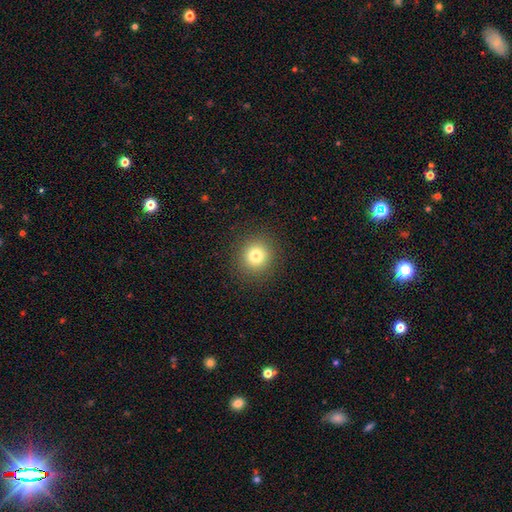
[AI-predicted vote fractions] smooth_or_featured: smooth (p=0.79) [alt: star or artifact p=0.13]
how_rounded: round (p=0.92) [alt: in between p=0.07]
merging: none (p=0.91) [alt: minor disturbance p=0.06]